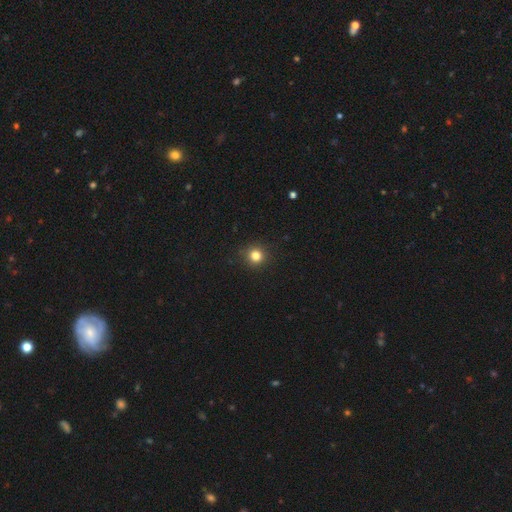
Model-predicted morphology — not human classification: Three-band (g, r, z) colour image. It shows a smooth galaxy with no disk features (82%) that is round (93%). Merging: none (91%).